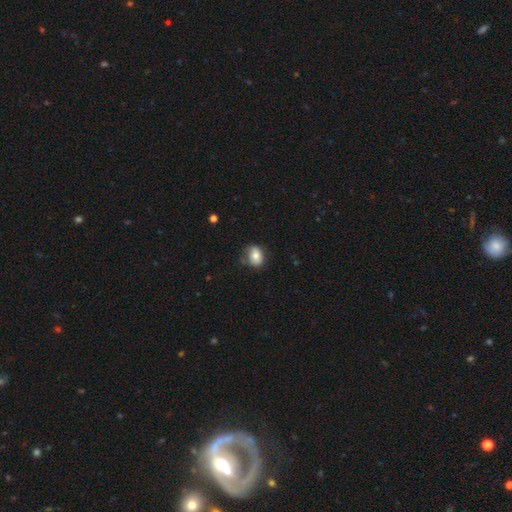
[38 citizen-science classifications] Morphology: type=smooth (87%); roundness=in between (73%); merging=none (66%).